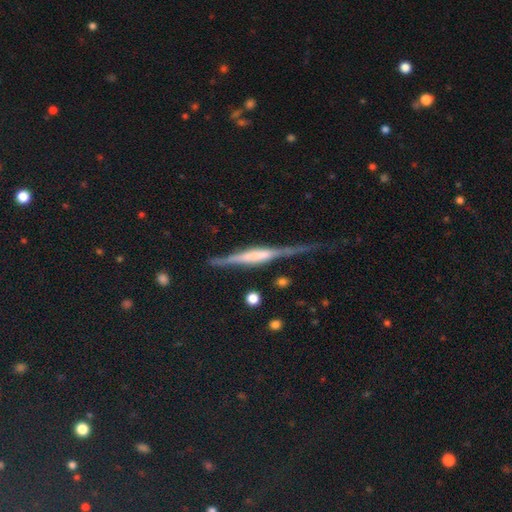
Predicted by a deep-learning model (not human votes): Morphology: type=featured or disk (76%); edge-on=yes (96%); edge-on bulge=boxy (56%); merging=none (69%).